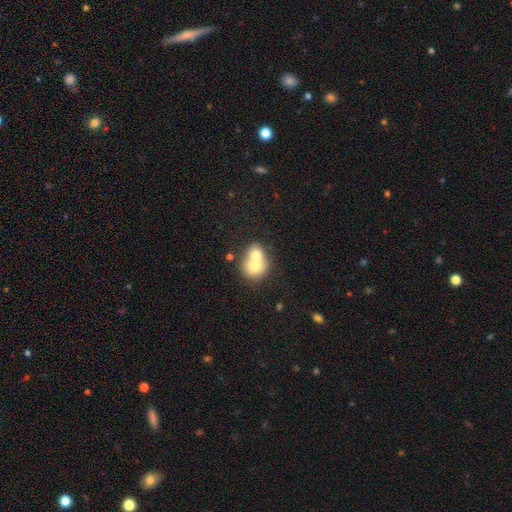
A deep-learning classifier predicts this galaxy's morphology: This is likely a smooth galaxy (69%). How rounded: likely round (66%). Merging: likely merger (71%).